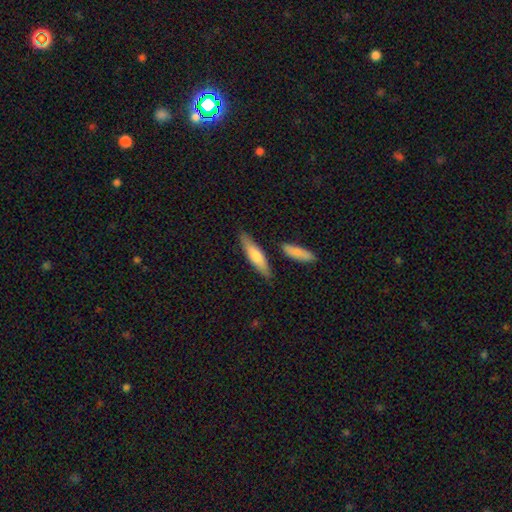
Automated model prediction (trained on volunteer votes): A smooth galaxy with no disk features (62%) that is cigar-shaped (71%). Merging: none (82%).